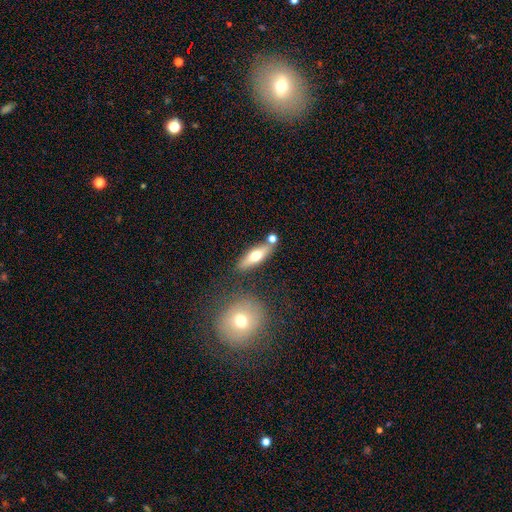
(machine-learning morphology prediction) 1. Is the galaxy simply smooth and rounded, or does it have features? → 58% smooth, 35% featured or disk, 6% star or artifact.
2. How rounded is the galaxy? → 49% cigar-shaped, 47% in between, 4% round.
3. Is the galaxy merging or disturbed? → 73% none, 12% merger, 12% minor disturbance, 4% major disturbance.